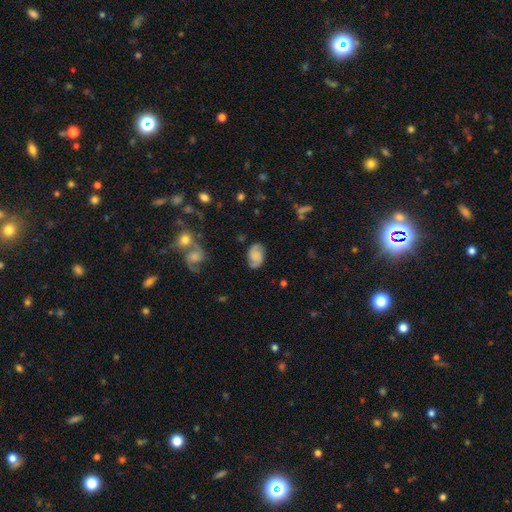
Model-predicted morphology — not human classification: type=featured or disk (57%); edge-on=no (97%); bar=no (60%); spiral arms=yes (93%); winding=medium (47%); arm count=2 (89%); bulge=none (51%); merging=none (79%).